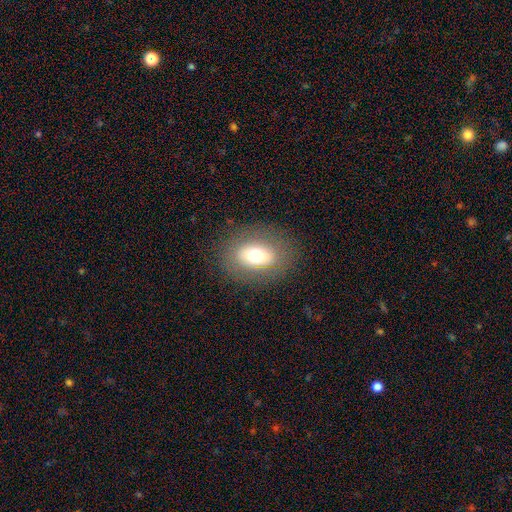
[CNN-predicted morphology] Smooth or featured? smooth (65%)
How rounded? in between (68%)
Merging? none (83%)